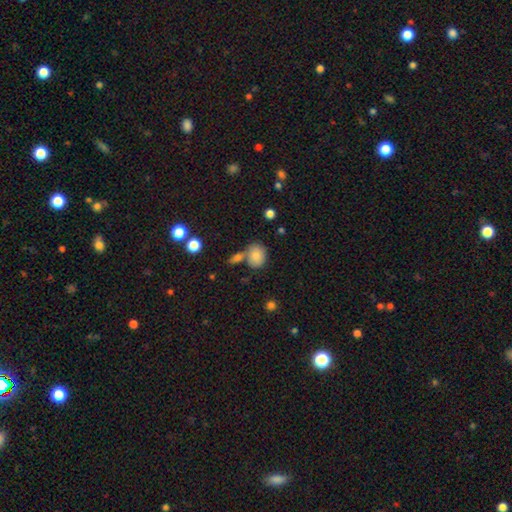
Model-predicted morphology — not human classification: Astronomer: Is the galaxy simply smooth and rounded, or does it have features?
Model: smooth — 81%.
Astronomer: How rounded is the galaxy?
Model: round — 53% (runner-up: in between, 46%).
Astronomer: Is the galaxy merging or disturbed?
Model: none — 55%.